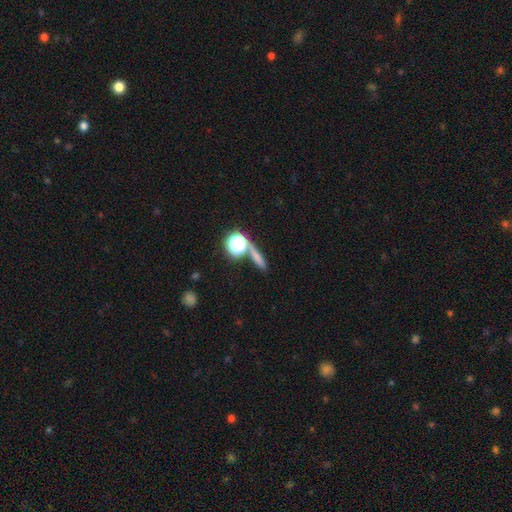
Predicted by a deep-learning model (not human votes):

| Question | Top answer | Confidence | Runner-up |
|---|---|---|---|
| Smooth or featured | smooth | 62% | star or artifact (25%) |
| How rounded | cigar-shaped | 52% | round (28%) |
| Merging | none | 67% | merger (18%) |